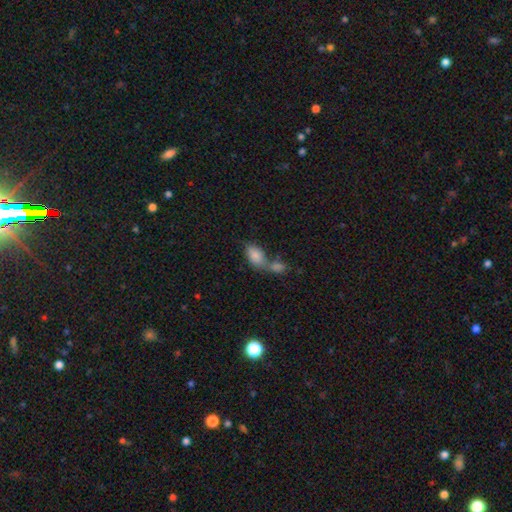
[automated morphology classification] A smooth galaxy with no disk features (83%) that is in between round and cigar-shaped (91%). Merging: merger (59%).